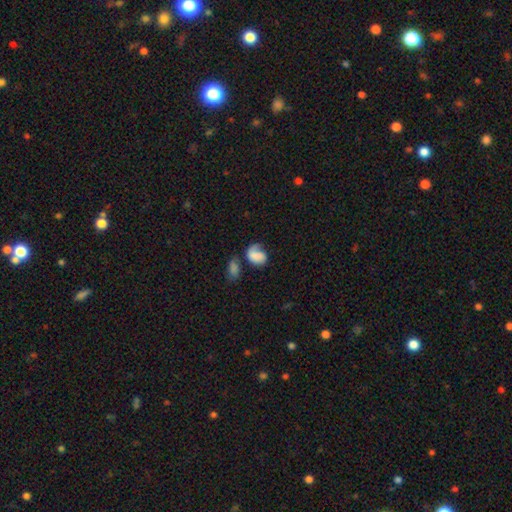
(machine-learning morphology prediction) This is likely a smooth galaxy (73%). How rounded: likely in between (75%). Merging: marginally none (34%).